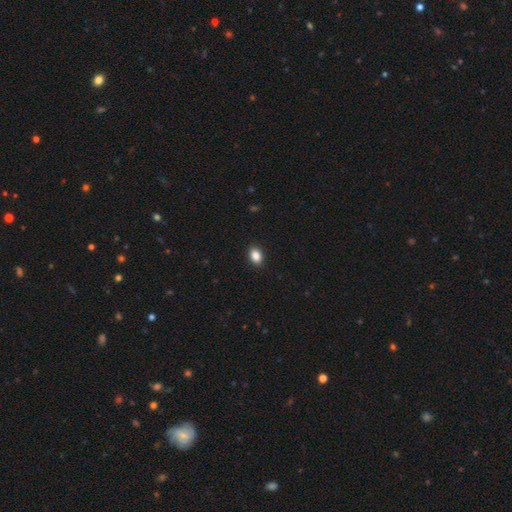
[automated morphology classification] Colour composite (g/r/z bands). It shows a smooth galaxy with no disk features (87%) that is in between round and cigar-shaped (77%). Merging: none (90%).